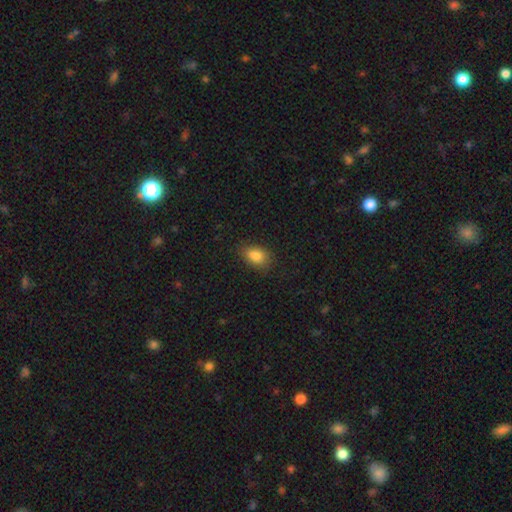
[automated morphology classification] smooth 85%, star or artifact 9%, featured or disk 6%. Down the decision tree: how rounded — in between (84%); merging — none (77%).